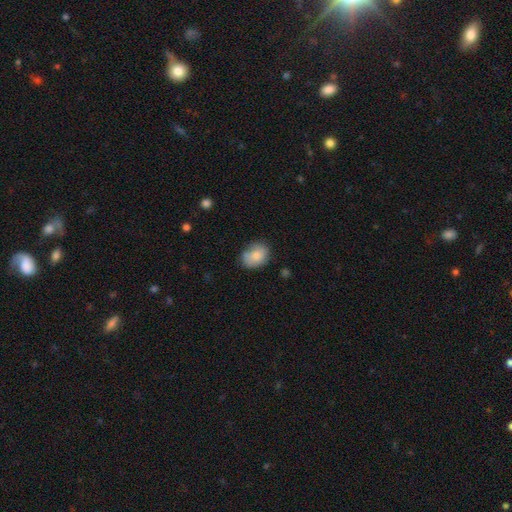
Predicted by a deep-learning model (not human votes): This is clearly a smooth galaxy (81%). How rounded: likely in between (63%). Merging: likely none (65%).